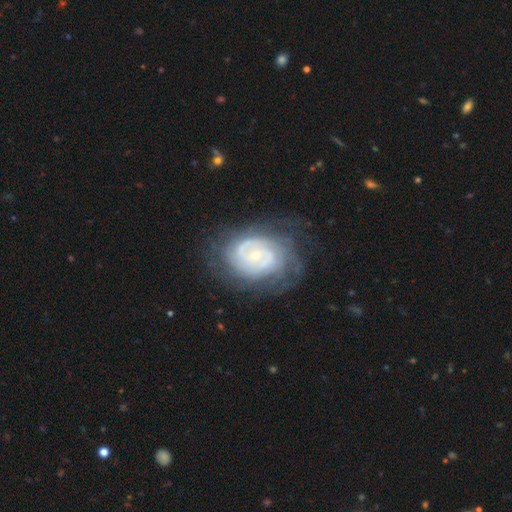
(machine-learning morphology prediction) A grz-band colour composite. It shows a featured or disk galaxy (79%) with no bar (62%), tight (70%) spiral arms (91%) and a small central bulge (76%). Merging: none (67%).